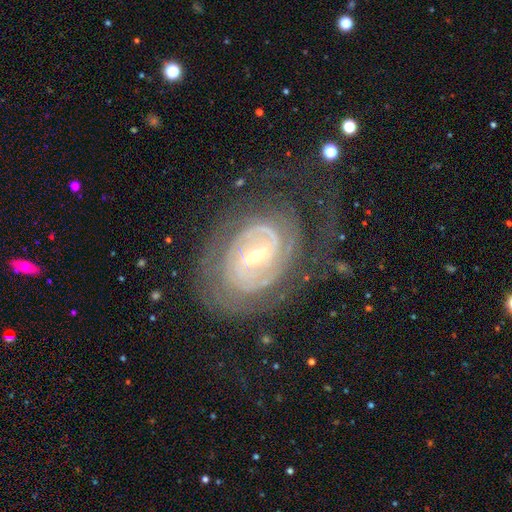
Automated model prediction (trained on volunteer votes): The model was most divided on "spiral arm count": 2: 41%, can't tell: 30%, 3: 12%, 4: 7%, 1: 6%, more than 4: 5%. Remaining: edge-on disk — no (97%); spiral arms — yes (95%); smooth or featured — featured or disk (88%); spiral winding — tight (72%); bulge size — small (71%); merging — none (60%); bar — weak (47%).